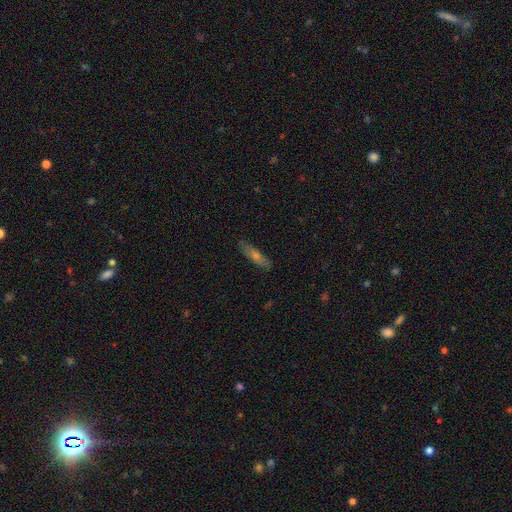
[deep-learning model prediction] Overall: smooth (48%; featured or disk 43%). Merging: none (86%).